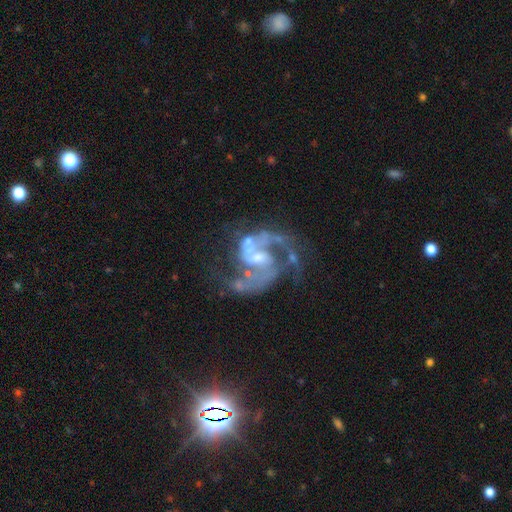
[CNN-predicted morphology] This appears to be a featured or disk galaxy (90%) with a weak bar (51%), 2 (89%) medium (60%) spiral arms (97%) and a small central bulge (47%). Merging: none (58%).